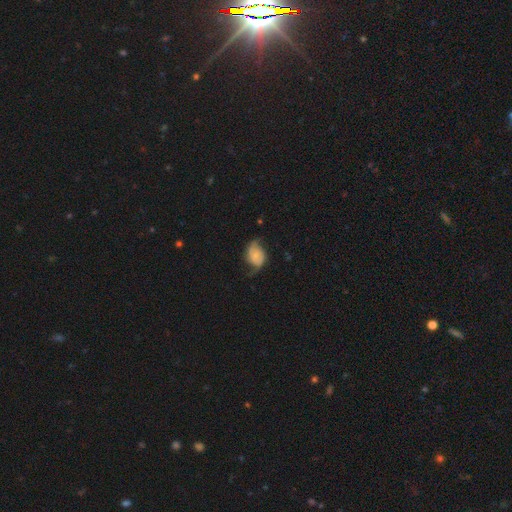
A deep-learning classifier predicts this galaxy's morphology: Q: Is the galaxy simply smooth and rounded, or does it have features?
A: featured or disk — 53%.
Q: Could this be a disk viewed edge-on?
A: no — 96%.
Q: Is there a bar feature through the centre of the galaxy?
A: no — 69%.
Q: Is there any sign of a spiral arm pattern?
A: yes — 85%.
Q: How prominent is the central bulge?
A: small — 55%.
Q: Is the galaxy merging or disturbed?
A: none — 49%.